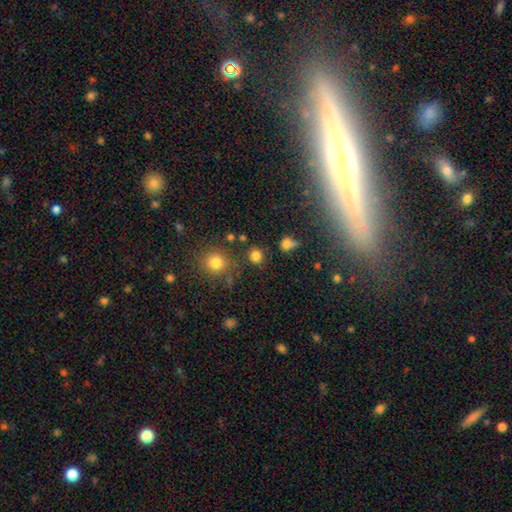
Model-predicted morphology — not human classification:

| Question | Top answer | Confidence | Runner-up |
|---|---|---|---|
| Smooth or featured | smooth | 79% | star or artifact (15%) |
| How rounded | round | 75% | in between (24%) |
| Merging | none | 80% | minor disturbance (10%) |